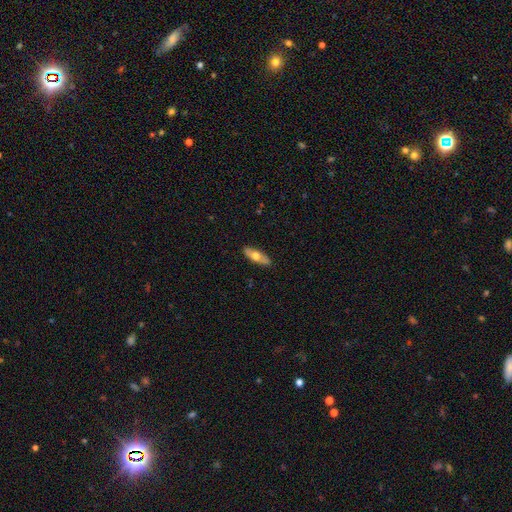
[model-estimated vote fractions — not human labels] This appears to be a smooth galaxy with no disk features (56%) that is in between round and cigar-shaped (61%). Merging: none (87%).